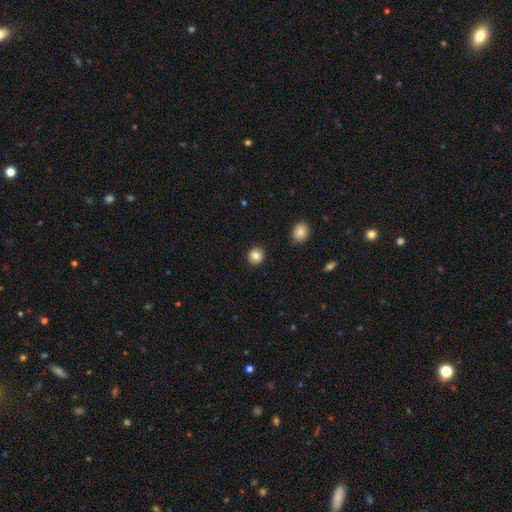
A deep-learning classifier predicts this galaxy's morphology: smooth 85%, star or artifact 10%, featured or disk 5%. Down the decision tree: how rounded — round (92%); merging — none (92%).